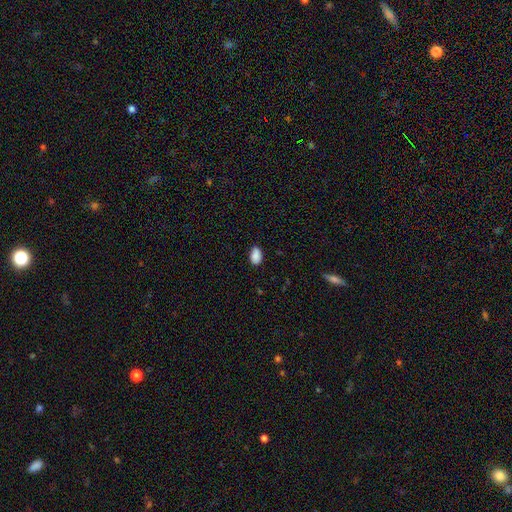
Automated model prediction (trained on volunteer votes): Overall: smooth (88%). How rounded: in between (89%). Merging: none (76%).